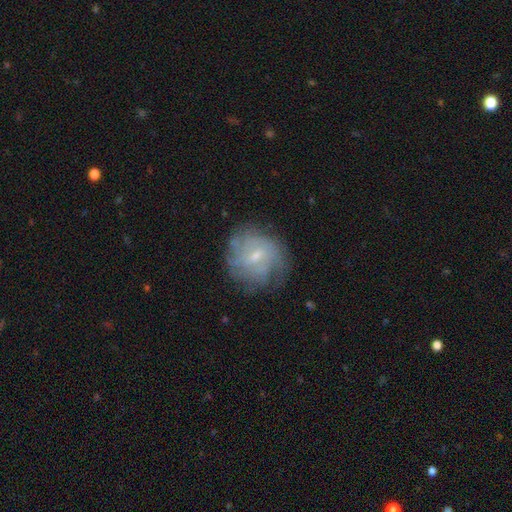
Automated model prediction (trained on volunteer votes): Smooth or featured: featured or disk — 59% (smooth — 32%)
Edge-on disk: no — 97% (yes — 3%)
Bar: weak — 53% (no — 39%)
Spiral arms: yes — 70% (no — 30%)
Bulge size: small — 65% (moderate — 28%)
Merging: none — 67% (minor disturbance — 20%)